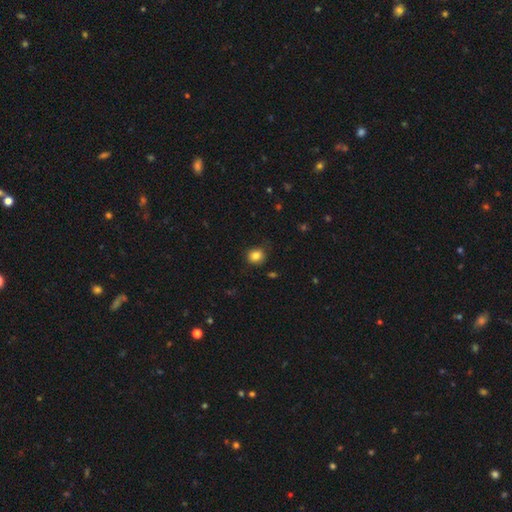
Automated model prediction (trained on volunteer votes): smooth-or-featured: smooth: 84% | star or artifact: 11% | featured or disk: 5%
  how-rounded: round: 80% | in between: 19% | cigar-shaped: 1%
  merging: none: 83% | minor disturbance: 13% | major disturbance: 3% | merger: 1%